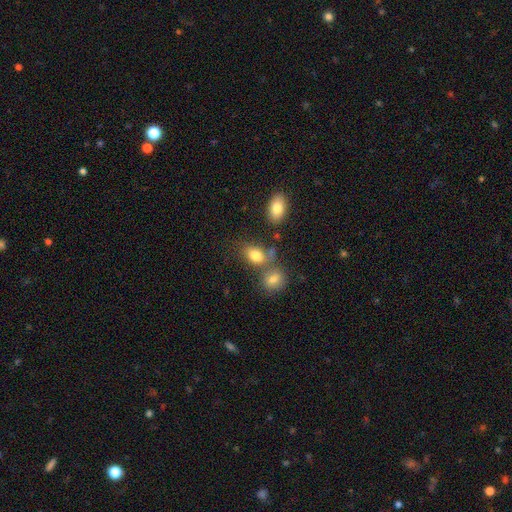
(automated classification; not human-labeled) smooth 80%, star or artifact 11%, featured or disk 9%. Down the decision tree: how rounded — in between (81%); merging — none (55%).